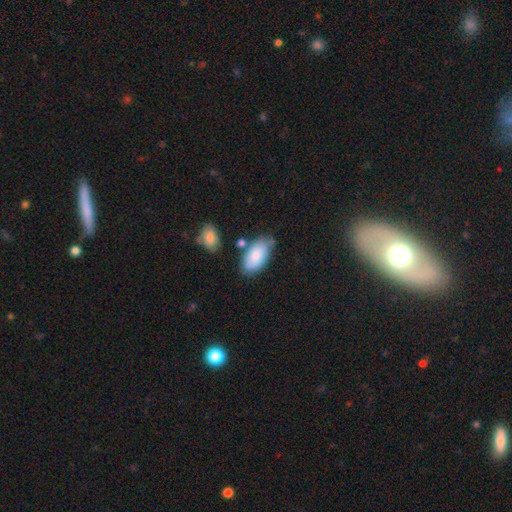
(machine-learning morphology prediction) Q: Smooth or featured?
A: smooth (84%); runner-up: featured or disk (11%)
Q: How rounded?
A: in between (95%); runner-up: cigar-shaped (3%)
Q: Merging?
A: none (67%); runner-up: minor disturbance (19%)